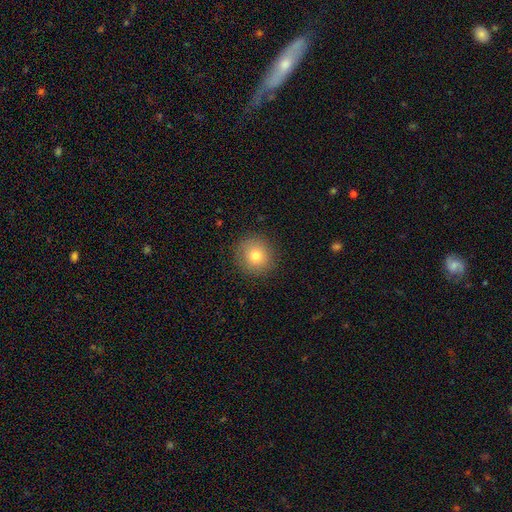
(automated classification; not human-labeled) Q: Smooth or featured?
A: smooth (77%); runner-up: featured or disk (12%)
Q: How rounded?
A: round (94%); runner-up: in between (5%)
Q: Merging?
A: none (89%); runner-up: minor disturbance (7%)